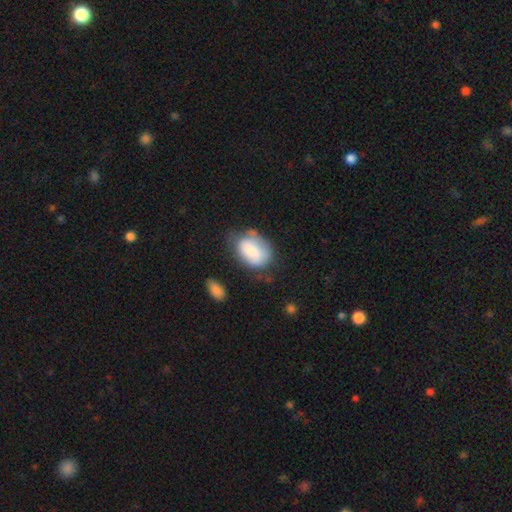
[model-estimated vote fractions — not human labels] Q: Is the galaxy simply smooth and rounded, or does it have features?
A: smooth — 71%.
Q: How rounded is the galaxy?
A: in between — 80%.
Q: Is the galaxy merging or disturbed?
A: none — 47%.